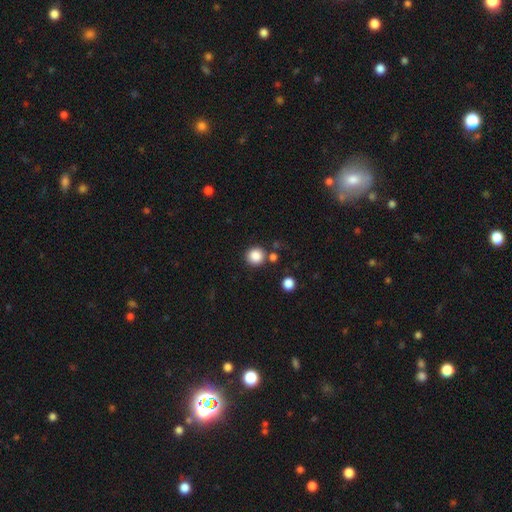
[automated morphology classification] The model was most divided on "merging": none: 81%, minor disturbance: 8%, merger: 8%, major disturbance: 3%. More confident: how rounded — round (92%); smooth or featured — smooth (86%).